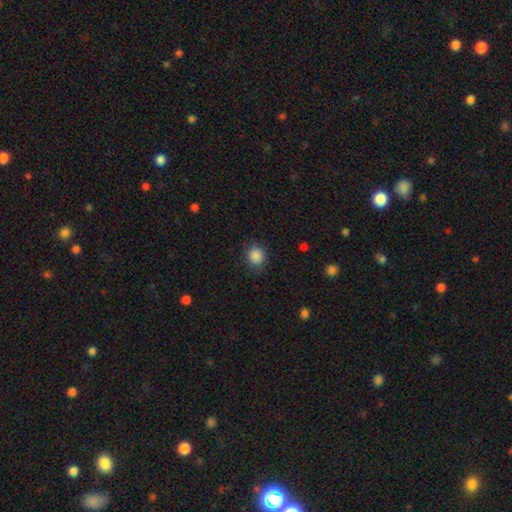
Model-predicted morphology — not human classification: This is clearly a smooth galaxy (87%). How rounded: likely round (79%). Merging: clearly none (84%).